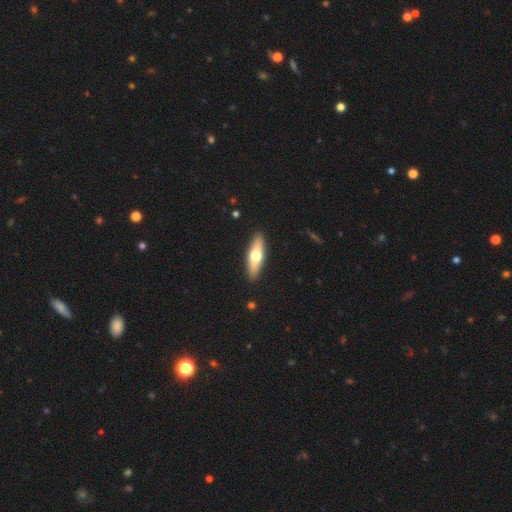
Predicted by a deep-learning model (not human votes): Smooth or featured? smooth (50%)
Merging? none (91%)